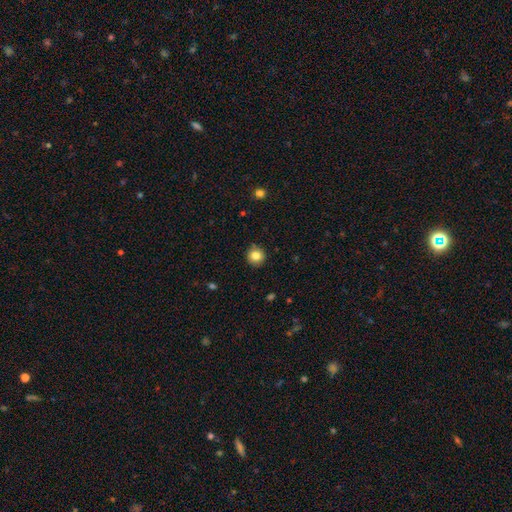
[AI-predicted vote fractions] Smooth or featured: smooth — 83% (star or artifact — 10%)
How rounded: round — 93% (in between — 6%)
Merging: none — 89% (minor disturbance — 7%)